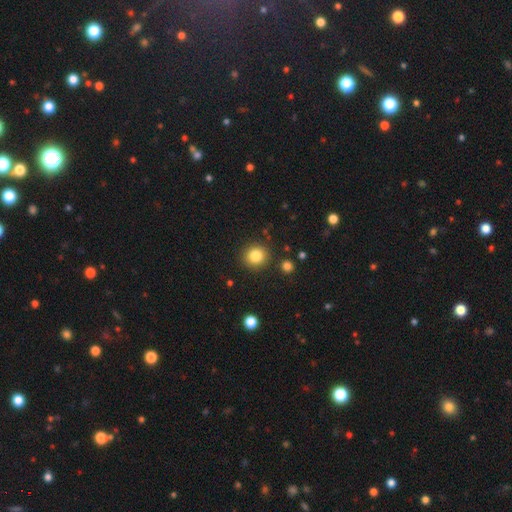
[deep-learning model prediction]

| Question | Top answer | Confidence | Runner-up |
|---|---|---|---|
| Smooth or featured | smooth | 83% | star or artifact (11%) |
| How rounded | round | 88% | in between (11%) |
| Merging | none | 88% | minor disturbance (7%) |